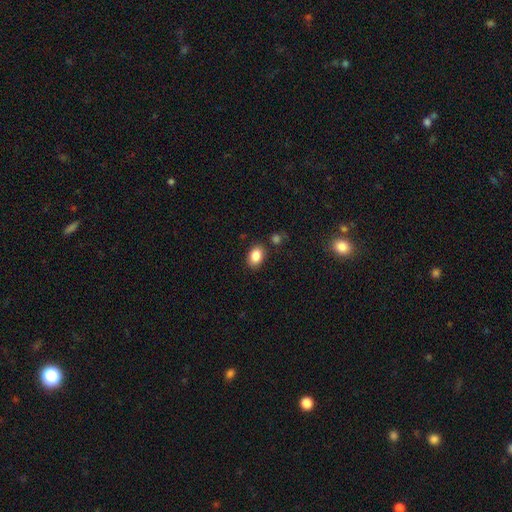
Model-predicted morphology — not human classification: A smooth galaxy with no disk features (86%) that is in between round and cigar-shaped (75%).

Vote fractions:
- Smooth or featured? smooth: 86% / star or artifact: 8% / featured or disk: 5%
- How rounded? in between: 75% / round: 23% / cigar-shaped: 1%
- Merging? none: 83% / minor disturbance: 10% / merger: 4% / major disturbance: 3%